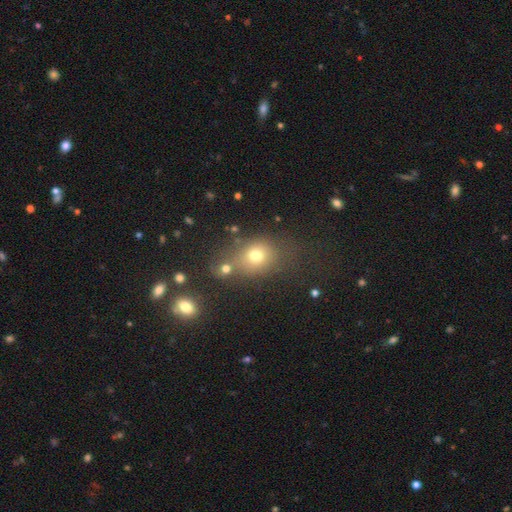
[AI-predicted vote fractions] smooth 70%, star or artifact 18%, featured or disk 12%. Down the decision tree: how rounded — round (54%); merging — none (55%).